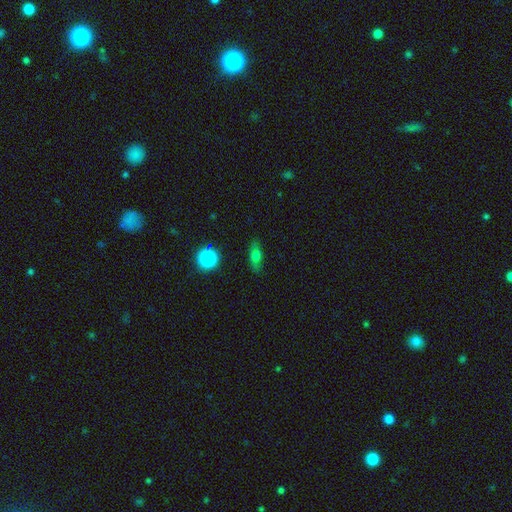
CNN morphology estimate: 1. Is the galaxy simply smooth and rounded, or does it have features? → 63% smooth, 24% featured or disk, 13% star or artifact.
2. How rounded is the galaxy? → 60% in between, 29% cigar-shaped, 11% round.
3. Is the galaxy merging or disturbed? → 83% none, 13% minor disturbance, 3% major disturbance, 1% merger.